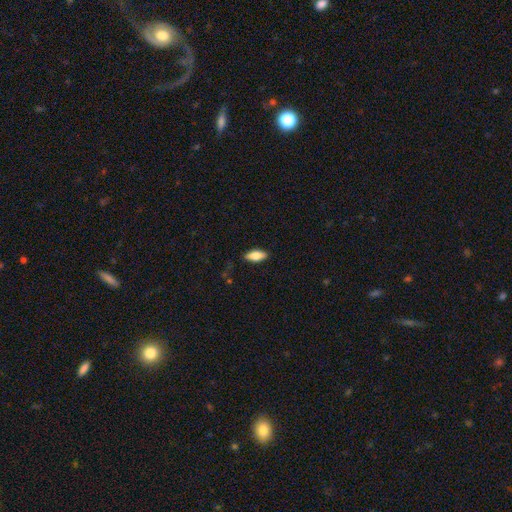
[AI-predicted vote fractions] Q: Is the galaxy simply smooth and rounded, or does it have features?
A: smooth — 80%.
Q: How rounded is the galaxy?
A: in between — 81%.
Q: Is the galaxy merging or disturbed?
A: none — 83%.